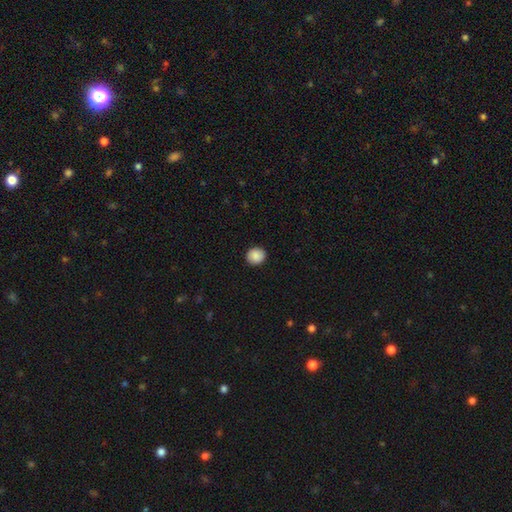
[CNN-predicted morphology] smooth_or_featured: smooth (p=0.89) [alt: star or artifact p=0.08]
how_rounded: round (p=0.82) [alt: in between p=0.17]
merging: none (p=0.91) [alt: minor disturbance p=0.06]